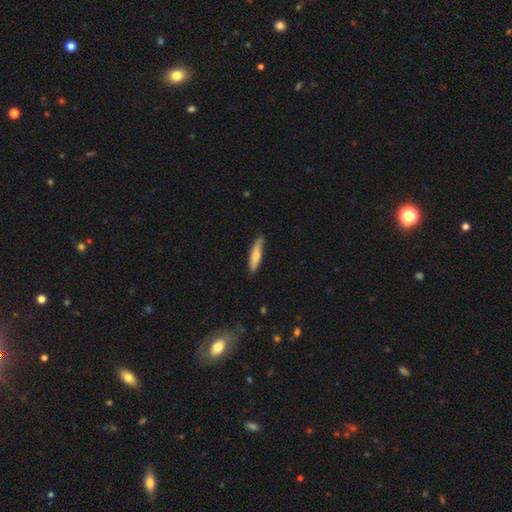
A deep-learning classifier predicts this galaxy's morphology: Overall: smooth (74%). How rounded: cigar-shaped (78%). Merging: none (80%).